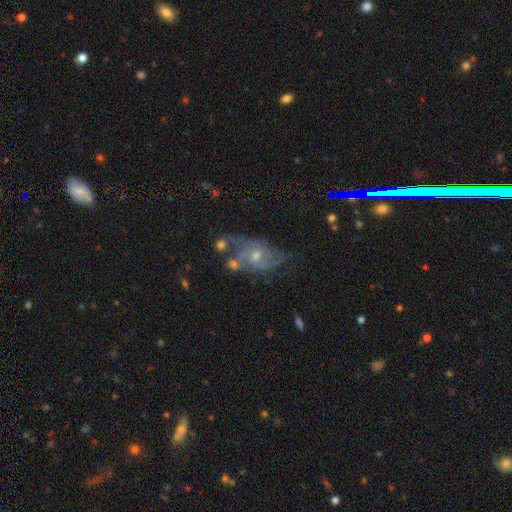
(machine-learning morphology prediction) Overall: featured or disk (73%). Edge-on disk: no (95%). Bar: no (62%; weak 31%). Spiral arms: yes (83%). Spiral arm count: 2 (51%; can't tell 26%). Spiral winding: medium (43%; loose 33%). Bulge size: small (51%; moderate 43%). Merging: none (44%; minor disturbance 21%).